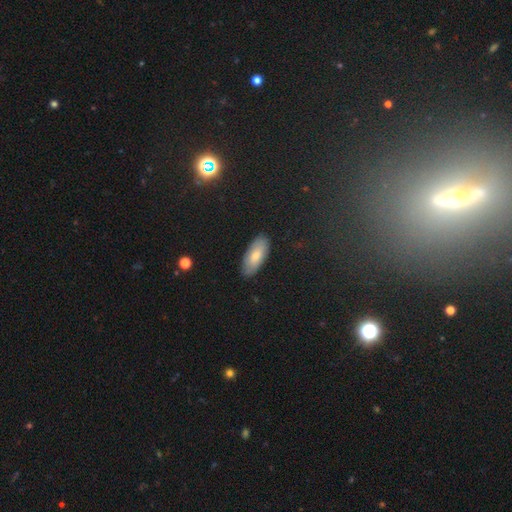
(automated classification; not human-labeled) Q: Smooth or featured?
A: smooth (71%); runner-up: featured or disk (21%)
Q: How rounded?
A: in between (86%); runner-up: cigar-shaped (12%)
Q: Merging?
A: none (86%); runner-up: minor disturbance (11%)